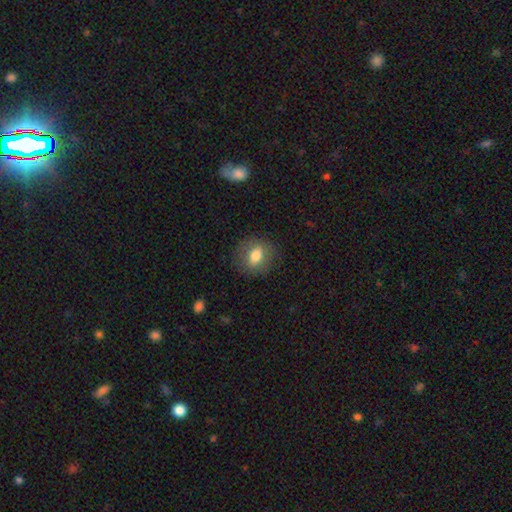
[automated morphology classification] Smooth or featured? Predicted: smooth (p=0.74). How rounded? Predicted: in between (p=0.50). Merging? Predicted: none (p=0.83).